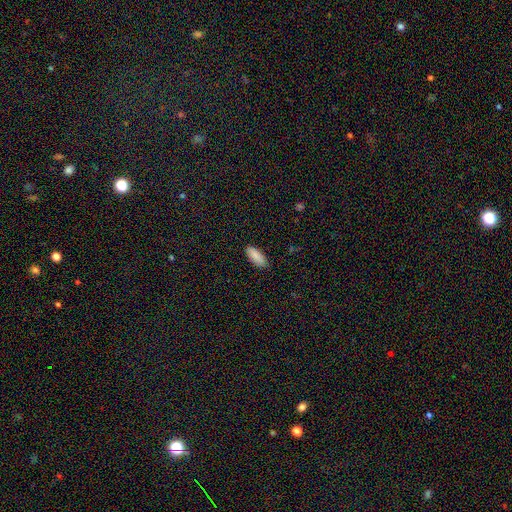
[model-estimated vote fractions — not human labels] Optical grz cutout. It shows a smooth galaxy with no disk features (88%) that is in between round and cigar-shaped (79%). Merging: none (88%).